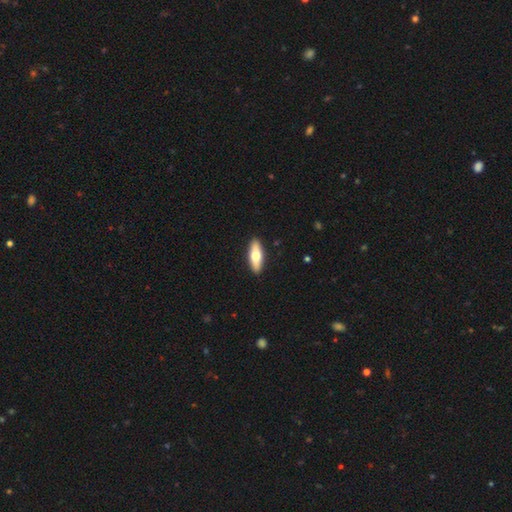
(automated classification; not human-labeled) Smooth or featured: smooth — 61% (featured or disk — 34%)
How rounded: in between — 55% (cigar-shaped — 43%)
Merging: none — 91% (minor disturbance — 6%)